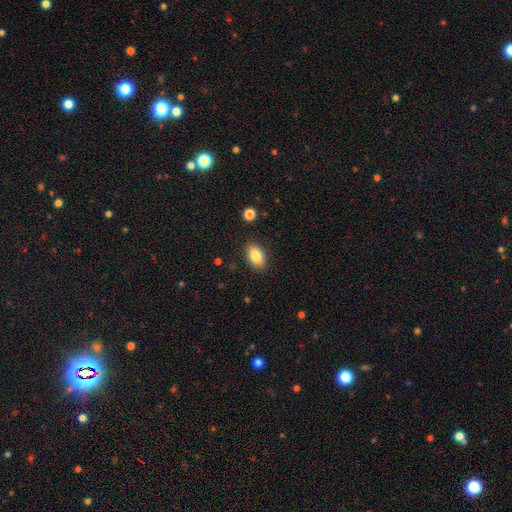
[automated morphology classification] This is clearly a smooth galaxy (84%). How rounded: clearly in between (90%). Merging: clearly none (87%).